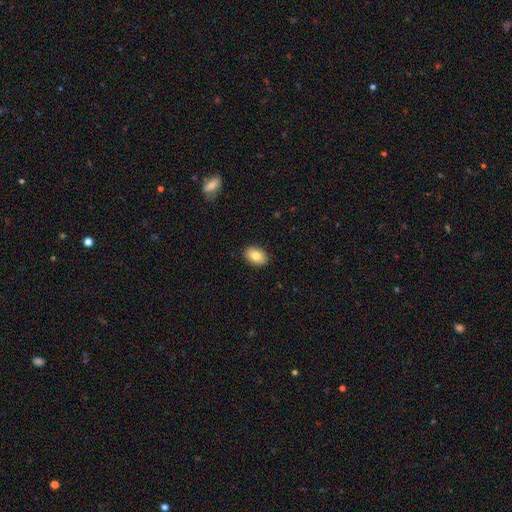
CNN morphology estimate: smooth-or-featured: smooth: 80% | featured or disk: 12% | star or artifact: 8%
  how-rounded: in between: 85% | round: 14% | cigar-shaped: 1%
  merging: none: 90% | minor disturbance: 7% | major disturbance: 2% | merger: 1%